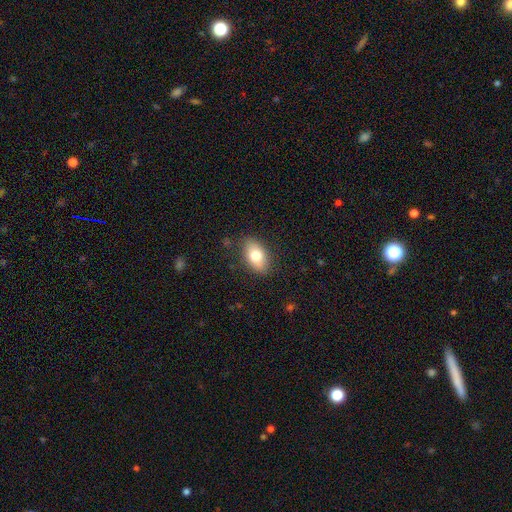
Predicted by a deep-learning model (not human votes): Overall: smooth (76%). How rounded: in between (90%). Merging: none (83%).